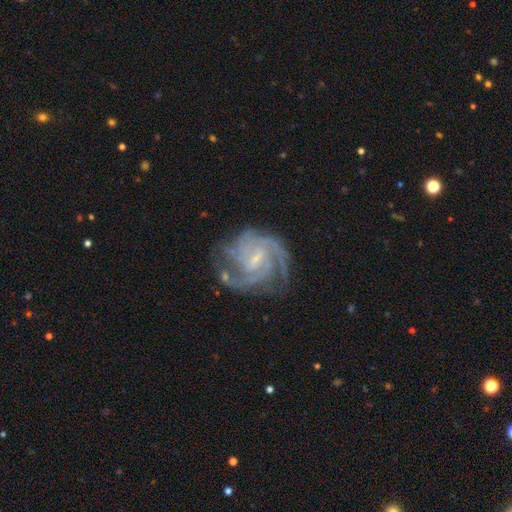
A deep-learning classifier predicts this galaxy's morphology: This is clearly a featured or disk galaxy (86%). It is clearly not viewed edge-on (98%). Bar: possibly weak (52%). Spiral arm pattern: clearly yes (97%). Spiral arm count: marginally 3 (35%). Spiral winding: possibly tight (55%). Central bulge: likely small (63%). Merging: likely none (73%).